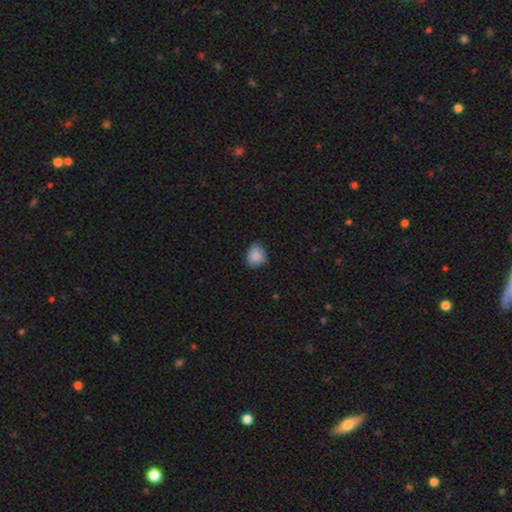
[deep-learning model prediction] This is clearly a smooth galaxy (86%). How rounded: likely round (62%). Merging: likely none (68%).